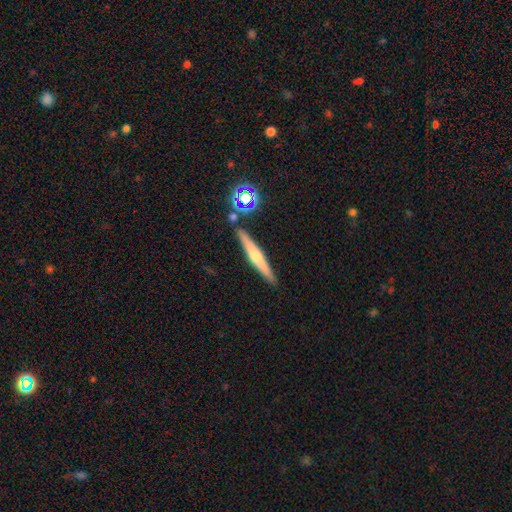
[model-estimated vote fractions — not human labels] This appears to be a featured or disk galaxy (60%) viewed edge-on (96%) with a rounded central bulge (81%). Merging: none (86%).